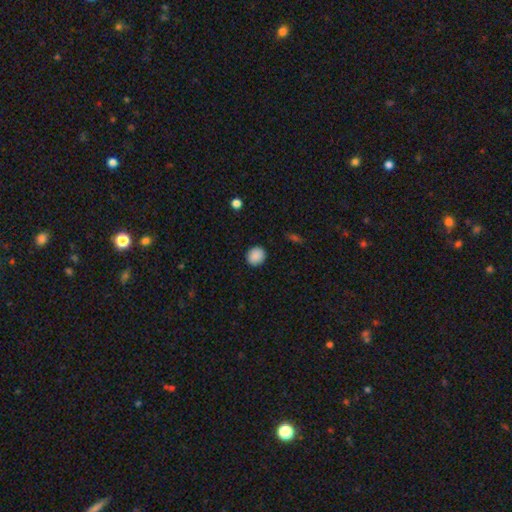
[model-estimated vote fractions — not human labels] Smooth or featured: smooth — 89% (star or artifact — 8%)
How rounded: round — 81% (in between — 18%)
Merging: none — 90% (minor disturbance — 7%)